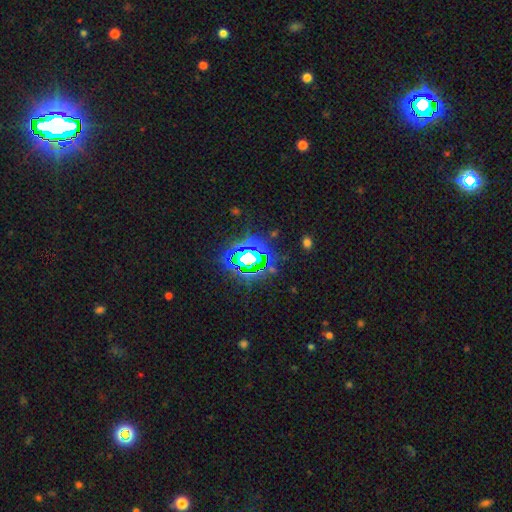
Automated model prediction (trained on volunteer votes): The model was most divided on "smooth or featured": star or artifact: 68%, smooth: 17%, featured or disk: 15%.